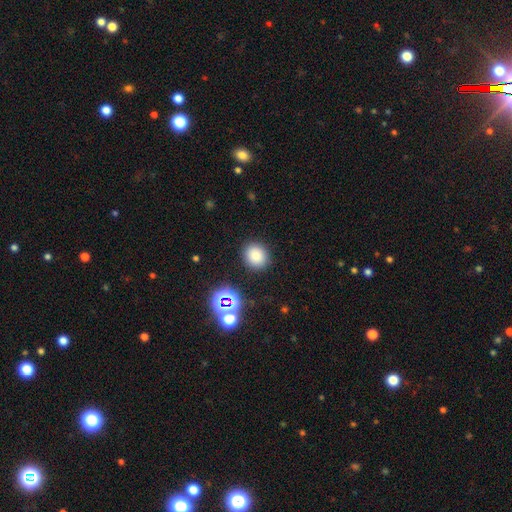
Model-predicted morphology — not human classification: Q: Smooth or featured?
A: smooth (80%); runner-up: star or artifact (14%)
Q: How rounded?
A: round (69%); runner-up: in between (30%)
Q: Merging?
A: none (87%); runner-up: minor disturbance (8%)